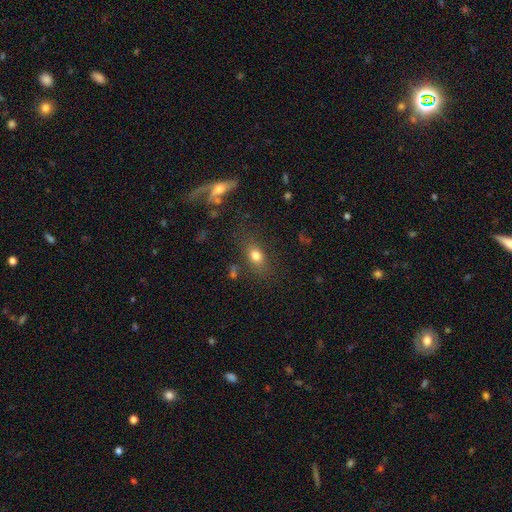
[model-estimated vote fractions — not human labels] This is likely a smooth galaxy (76%). How rounded: likely in between (71%). Merging: likely none (73%).